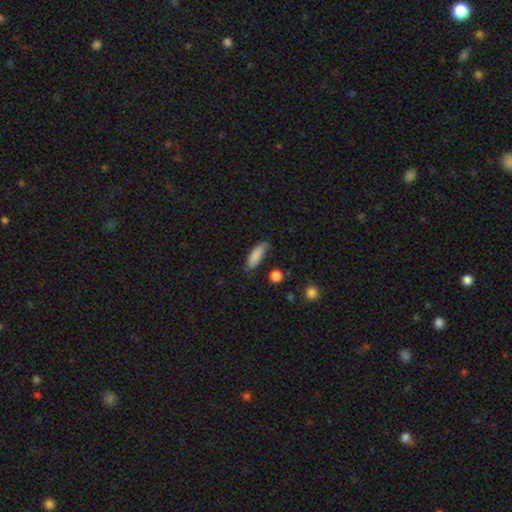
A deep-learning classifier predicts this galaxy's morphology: Smooth or featured?
  - smooth: 86% *
  - featured or disk: 7%
  - star or artifact: 7%
How rounded?
  - in between: 59% *
  - cigar-shaped: 39%
  - round: 2%
Merging?
  - none: 70% *
  - minor disturbance: 23%
  - major disturbance: 5%
  - merger: 2%